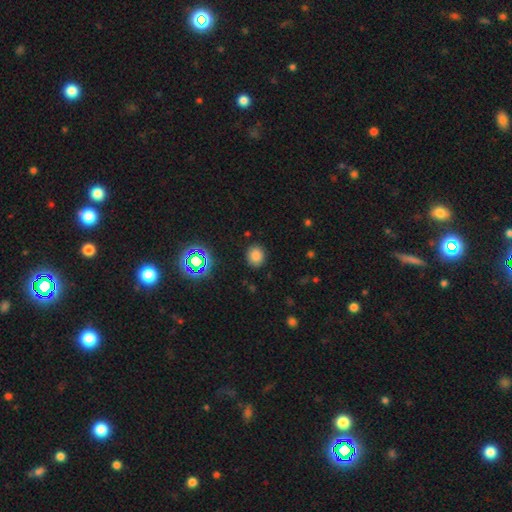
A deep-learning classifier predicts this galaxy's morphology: Smooth or featured? smooth (79%)
How rounded? round (69%)
Merging? none (87%)